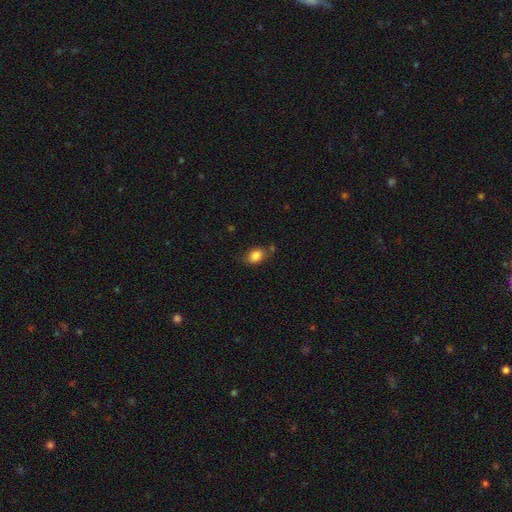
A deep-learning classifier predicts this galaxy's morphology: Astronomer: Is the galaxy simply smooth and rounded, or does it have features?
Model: smooth — 85%.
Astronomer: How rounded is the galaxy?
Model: in between — 80%.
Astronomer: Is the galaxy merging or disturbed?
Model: none — 71%.